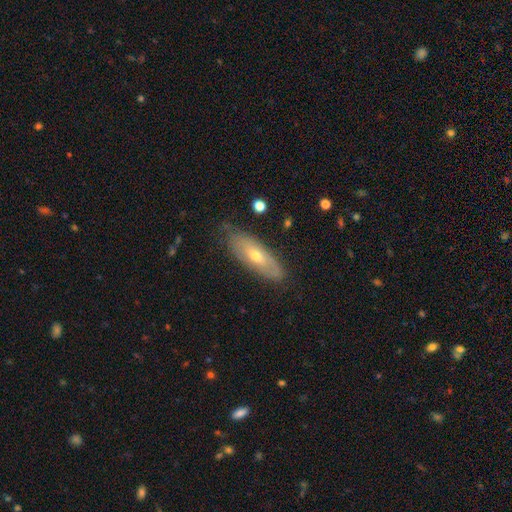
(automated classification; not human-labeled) Overall: featured or disk (53%; smooth 40%). Edge-on disk: no (68%; yes 32%). Merging: none (78%).